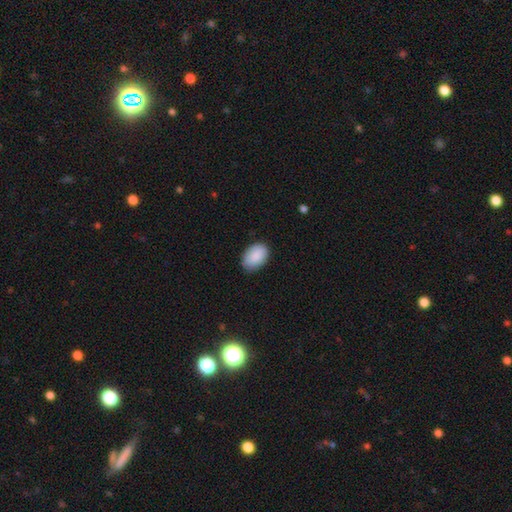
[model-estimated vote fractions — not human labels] smooth 90%, star or artifact 6%, featured or disk 4%. Down the decision tree: how rounded — in between (89%); merging — none (83%).